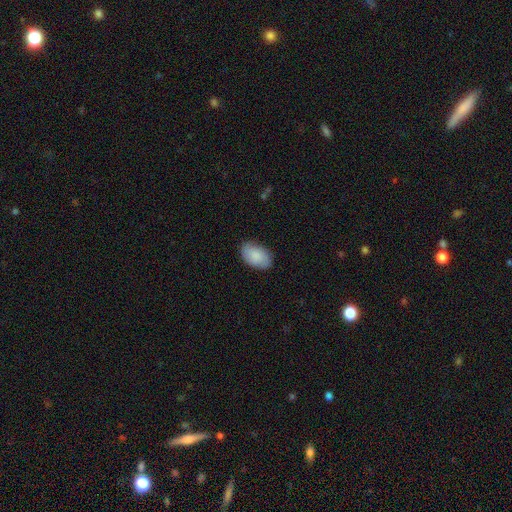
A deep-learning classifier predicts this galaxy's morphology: smooth_or_featured: smooth (p=0.83) [alt: featured or disk p=0.11]
how_rounded: in between (p=0.92) [alt: round p=0.06]
merging: none (p=0.80) [alt: minor disturbance p=0.15]